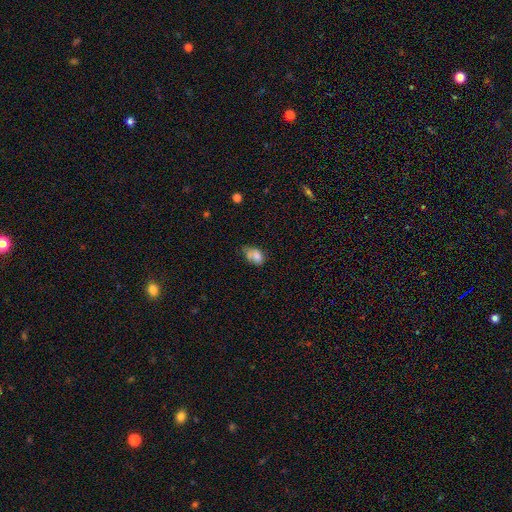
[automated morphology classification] smooth 73%, featured or disk 16%, star or artifact 11%. Down the decision tree: how rounded — in between (82%); merging — none (36%).